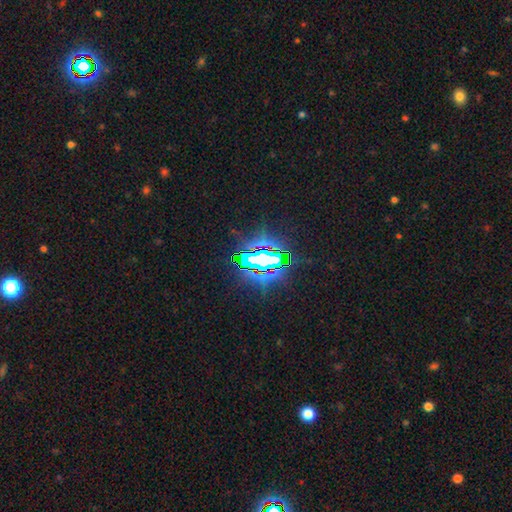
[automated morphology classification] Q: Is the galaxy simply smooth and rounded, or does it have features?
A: star or artifact — 76%.